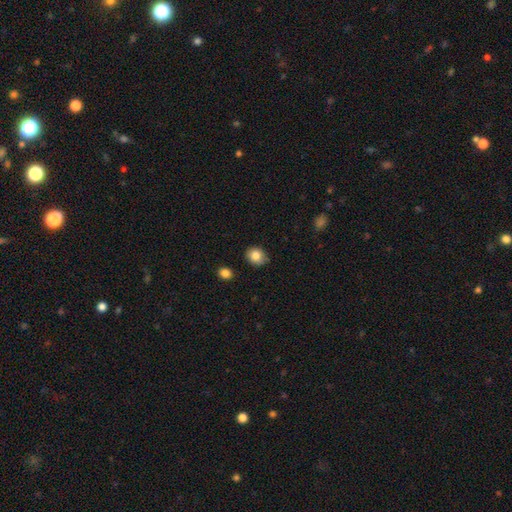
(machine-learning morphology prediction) Smooth or featured?
  - smooth: 83% *
  - star or artifact: 9%
  - featured or disk: 8%
How rounded?
  - round: 68% *
  - in between: 31%
  - cigar-shaped: 1%
Merging?
  - none: 82% *
  - minor disturbance: 13%
  - major disturbance: 2%
  - merger: 2%